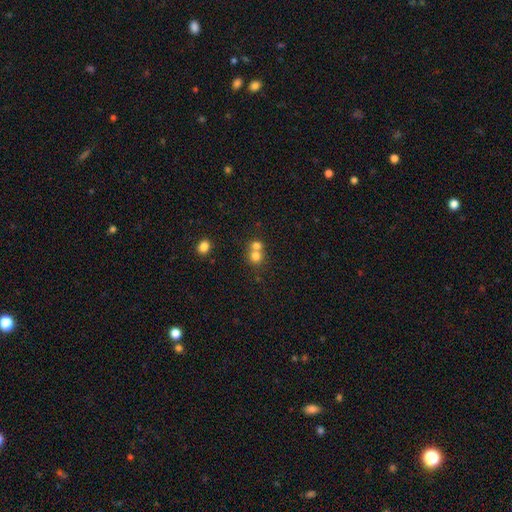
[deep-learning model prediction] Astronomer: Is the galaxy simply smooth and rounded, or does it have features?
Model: smooth — 75%.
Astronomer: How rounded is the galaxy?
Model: round — 83%.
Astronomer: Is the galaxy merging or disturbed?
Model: merger — 56% (runner-up: none, 37%).